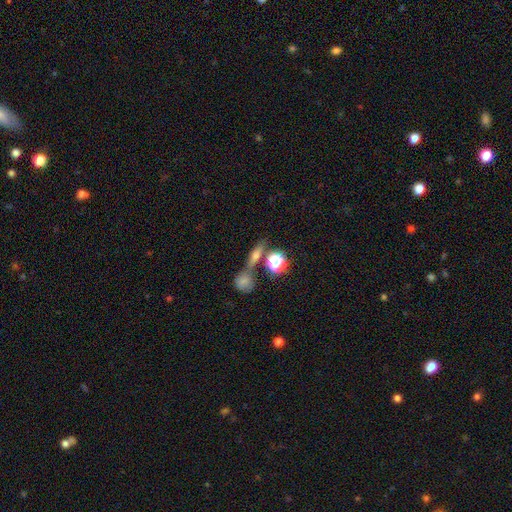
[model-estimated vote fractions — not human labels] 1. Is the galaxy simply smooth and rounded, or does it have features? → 55% smooth, 23% featured or disk, 22% star or artifact.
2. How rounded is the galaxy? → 41% cigar-shaped, 31% in between, 28% round.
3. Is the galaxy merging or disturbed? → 60% none, 24% merger, 11% minor disturbance, 5% major disturbance.